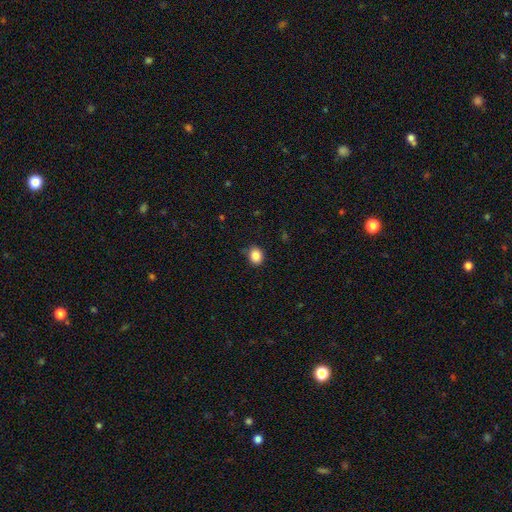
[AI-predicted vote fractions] This appears to be a smooth galaxy with no disk features (85%) that is round (64%). Merging: none (82%).